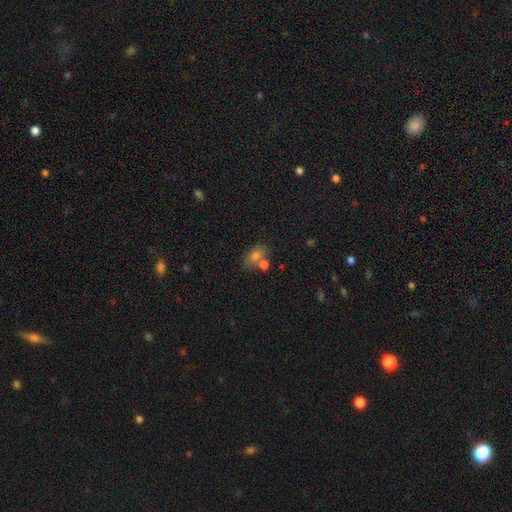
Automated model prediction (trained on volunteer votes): Overall: smooth (72%). How rounded: in between (79%). Merging: none (61%).